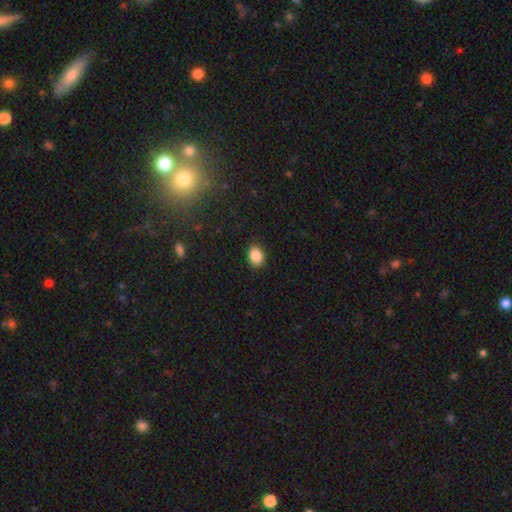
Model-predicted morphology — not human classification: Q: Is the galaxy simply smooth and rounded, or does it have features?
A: smooth — 87%.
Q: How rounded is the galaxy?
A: in between — 64%.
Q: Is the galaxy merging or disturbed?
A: none — 87%.